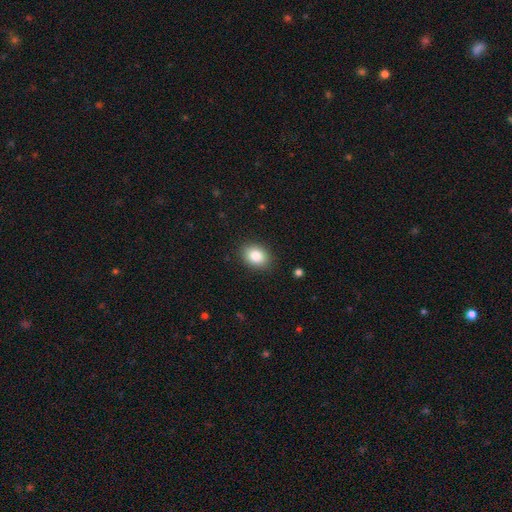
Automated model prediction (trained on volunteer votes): Smooth or featured? Predicted: smooth (p=0.84). How rounded? Predicted: in between (p=0.65). Merging? Predicted: none (p=0.88).